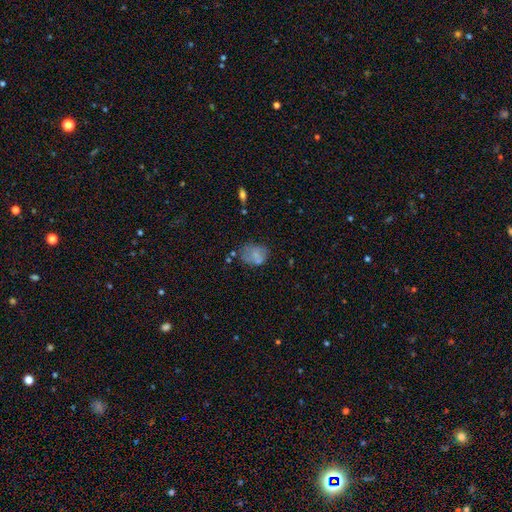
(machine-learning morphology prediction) Smooth or featured: smooth — 65% (featured or disk — 23%)
How rounded: in between — 54% (round — 44%)
Merging: none — 46% (minor disturbance — 26%)